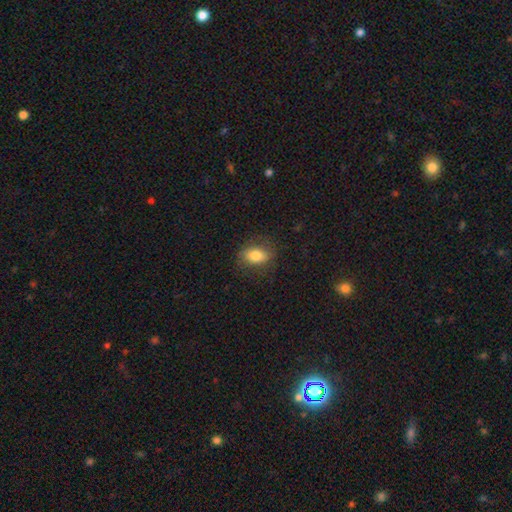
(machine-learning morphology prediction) smooth-or-featured: smooth: 78% | featured or disk: 13% | star or artifact: 9%
  how-rounded: in between: 75% | round: 22% | cigar-shaped: 2%
  merging: none: 79% | minor disturbance: 15% | major disturbance: 6% | merger: 1%